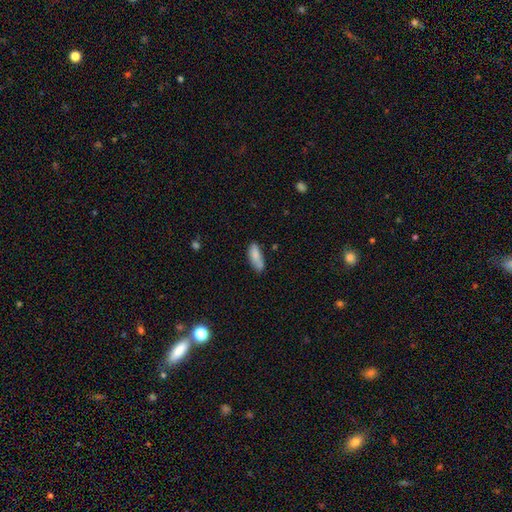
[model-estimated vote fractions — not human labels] The model was most divided on "how rounded": in between: 65%, cigar-shaped: 33%, round: 2%. More confident: smooth or featured — smooth (83%); merging — none (61%).